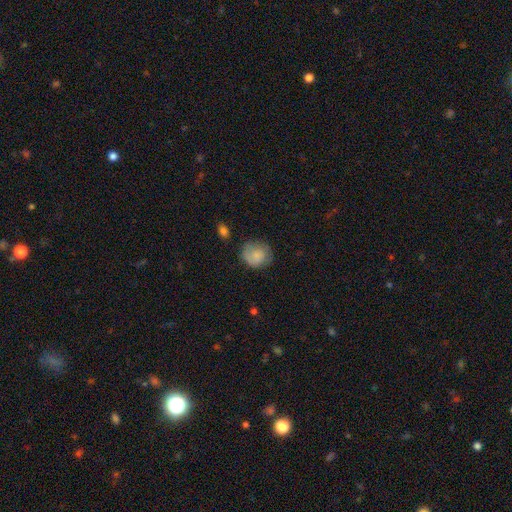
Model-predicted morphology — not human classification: The model was most divided on "merging": none: 64%, minor disturbance: 25%, major disturbance: 9%, merger: 2%. More confident: how rounded — round (82%); smooth or featured — smooth (78%).